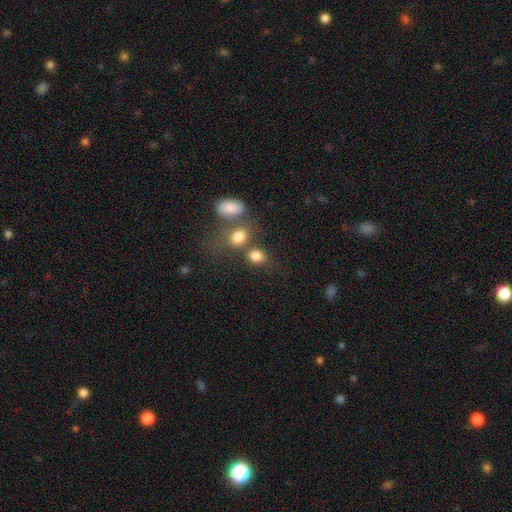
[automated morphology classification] smooth_or_featured: smooth (p=0.82) [alt: star or artifact p=0.11]
how_rounded: in between (p=0.52) [alt: round p=0.47]
merging: none (p=0.51) [alt: merger p=0.29]